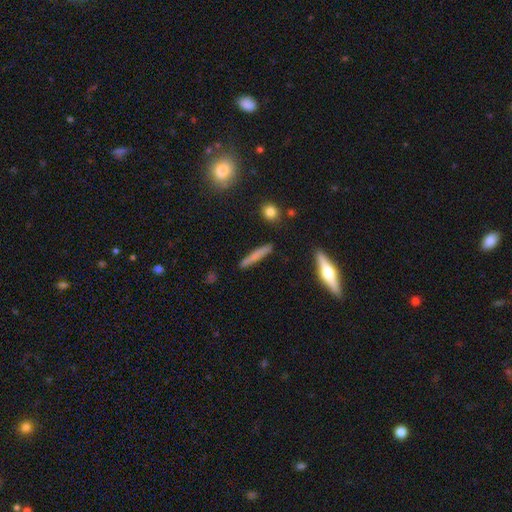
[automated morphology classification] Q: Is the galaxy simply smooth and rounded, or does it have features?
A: smooth — 61%.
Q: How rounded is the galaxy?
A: cigar-shaped — 92%.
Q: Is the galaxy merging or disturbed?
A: none — 85%.